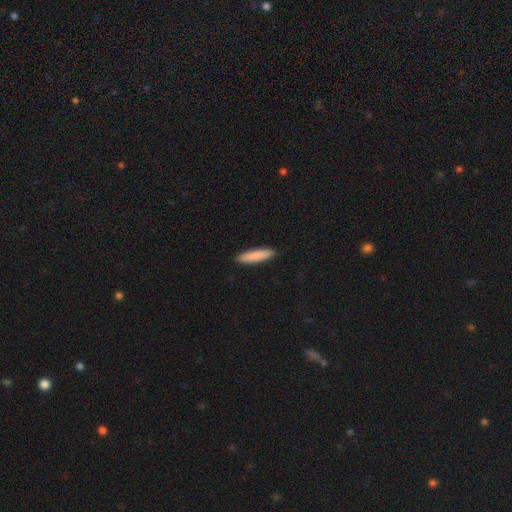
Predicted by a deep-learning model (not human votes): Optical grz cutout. It shows a smooth galaxy with no disk features (87%) that is cigar-shaped (84%). Merging: none (91%).